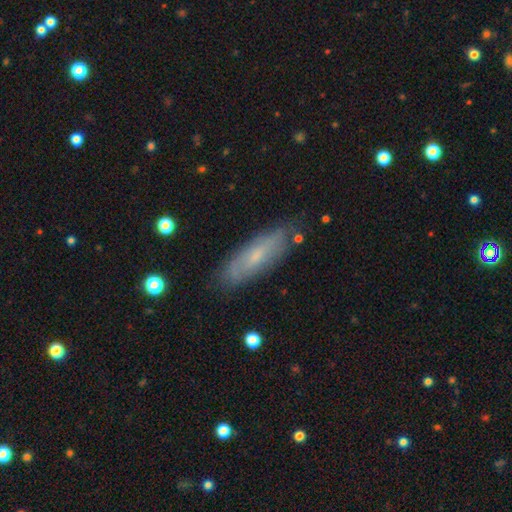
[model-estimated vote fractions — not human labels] The model was most divided on "how rounded": cigar-shaped: 50%, in between: 48%, round: 2%. More confident: merging — none (80%); smooth or featured — smooth (54%).